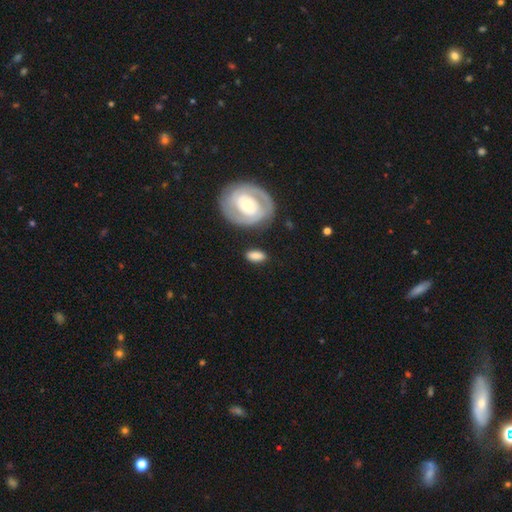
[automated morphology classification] smooth-or-featured: smooth: 71% | featured or disk: 23% | star or artifact: 6%
  how-rounded: in between: 84% | round: 9% | cigar-shaped: 7%
  merging: none: 76% | minor disturbance: 15% | major disturbance: 5% | merger: 5%